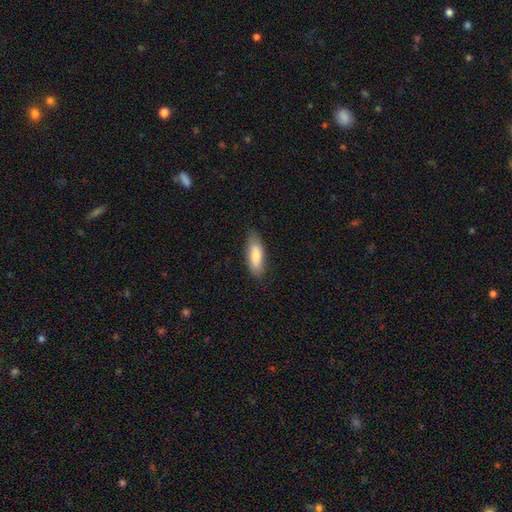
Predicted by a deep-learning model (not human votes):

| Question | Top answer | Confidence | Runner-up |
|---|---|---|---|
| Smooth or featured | smooth | 81% | featured or disk (14%) |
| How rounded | in between | 64% | cigar-shaped (34%) |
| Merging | none | 79% | minor disturbance (16%) |